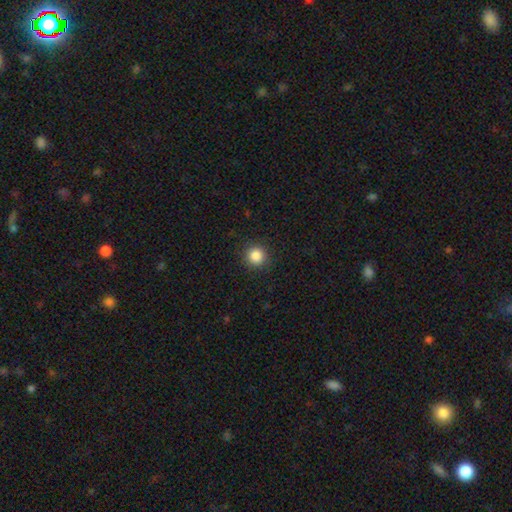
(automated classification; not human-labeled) The model was most divided on "smooth or featured": smooth: 86%, star or artifact: 10%, featured or disk: 3%. More confident: how rounded — round (94%); merging — none (91%).